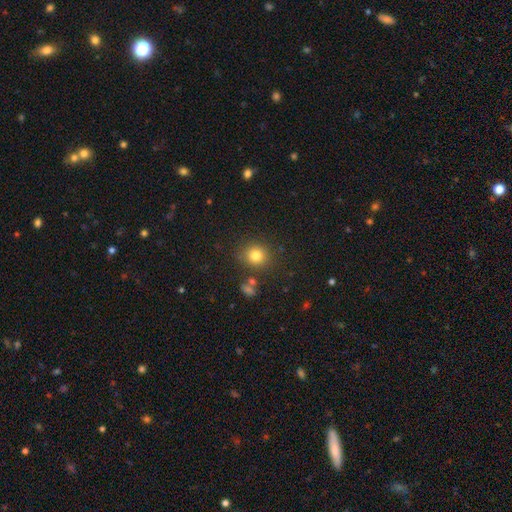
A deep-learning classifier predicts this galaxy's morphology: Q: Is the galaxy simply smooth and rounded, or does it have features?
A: smooth — 80%.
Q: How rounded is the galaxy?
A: round — 84%.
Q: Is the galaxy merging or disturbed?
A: none — 83%.